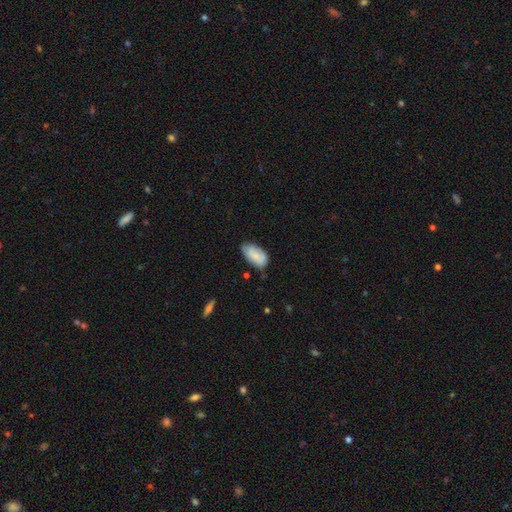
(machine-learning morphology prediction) Smooth or featured?
  - smooth: 75% *
  - featured or disk: 19%
  - star or artifact: 7%
How rounded?
  - in between: 94% *
  - round: 3%
  - cigar-shaped: 3%
Merging?
  - none: 55% *
  - minor disturbance: 35%
  - major disturbance: 7%
  - merger: 3%